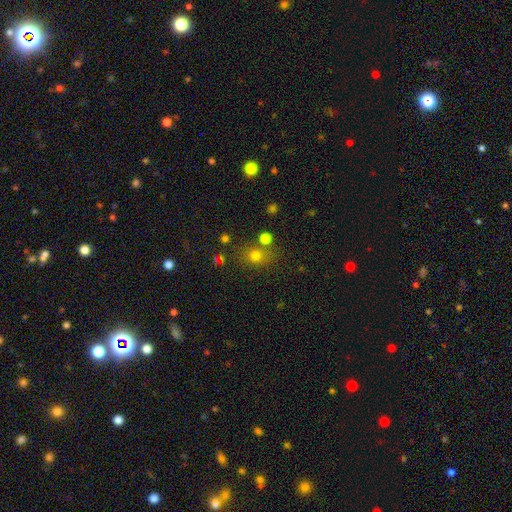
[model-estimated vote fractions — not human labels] This is likely a smooth galaxy (73%). How rounded: likely round (68%). Merging: likely none (66%).